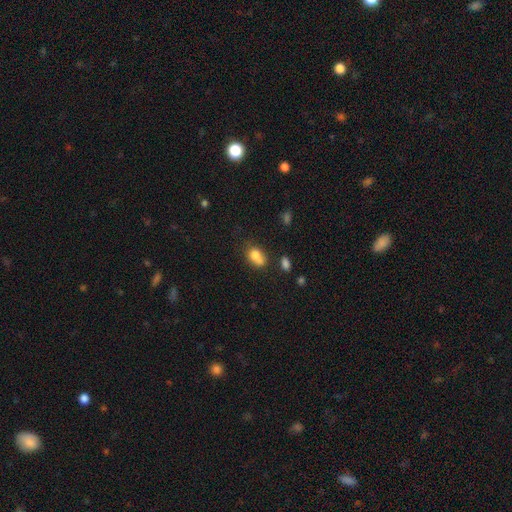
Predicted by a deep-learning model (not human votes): A smooth galaxy with no disk features (77%) that is in between round and cigar-shaped (65%).

Vote fractions:
- Smooth or featured? smooth: 77% / featured or disk: 13% / star or artifact: 10%
- How rounded? in between: 65% / round: 34% / cigar-shaped: 2%
- Merging? none: 36% / merger: 35% / minor disturbance: 20% / major disturbance: 9%